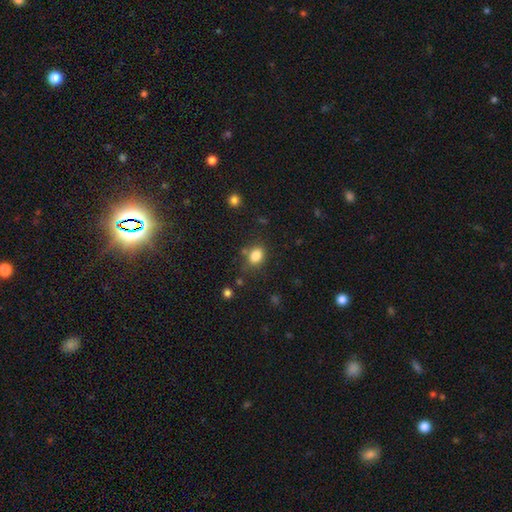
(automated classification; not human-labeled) smooth_or_featured: smooth (p=0.84) [alt: star or artifact p=0.11]
how_rounded: in between (p=0.64) [alt: round p=0.35]
merging: none (p=0.70) [alt: minor disturbance p=0.17]